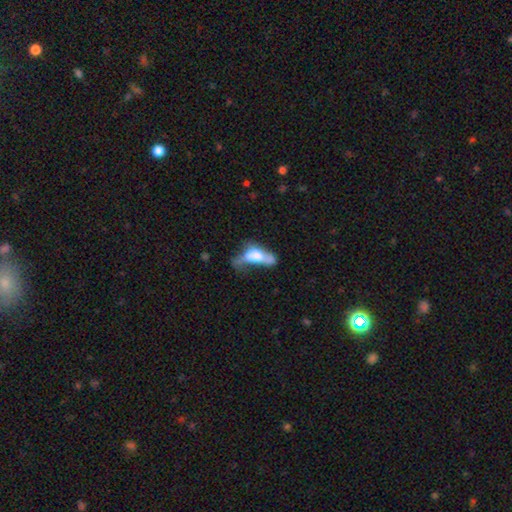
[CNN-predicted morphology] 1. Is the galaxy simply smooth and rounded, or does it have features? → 52% smooth, 38% featured or disk, 10% star or artifact.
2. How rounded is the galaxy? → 66% in between, 29% cigar-shaped, 5% round.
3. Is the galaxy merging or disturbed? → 41% major disturbance, 24% merger, 18% minor disturbance, 17% none.